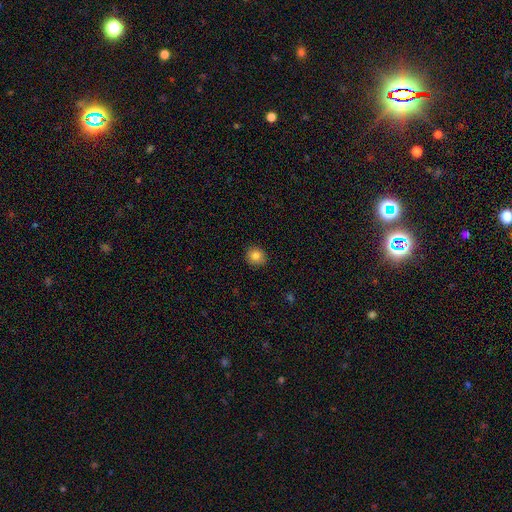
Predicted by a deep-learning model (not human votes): Smooth or featured: smooth — 84% (star or artifact — 10%)
How rounded: round — 87% (in between — 12%)
Merging: none — 90% (minor disturbance — 7%)